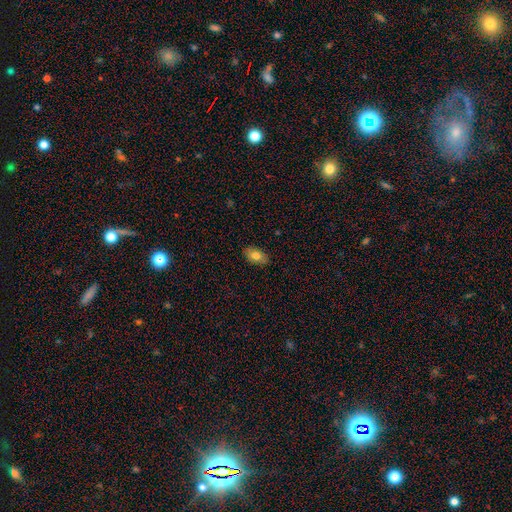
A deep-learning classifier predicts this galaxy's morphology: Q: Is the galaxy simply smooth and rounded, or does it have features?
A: smooth — 79%.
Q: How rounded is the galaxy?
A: in between — 91%.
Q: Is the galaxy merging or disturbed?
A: none — 87%.